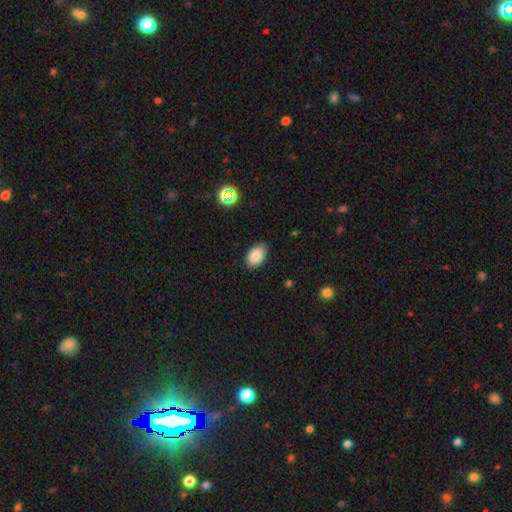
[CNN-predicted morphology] Smooth or featured: smooth — 86% (star or artifact — 8%)
How rounded: in between — 89% (round — 10%)
Merging: none — 82% (minor disturbance — 15%)